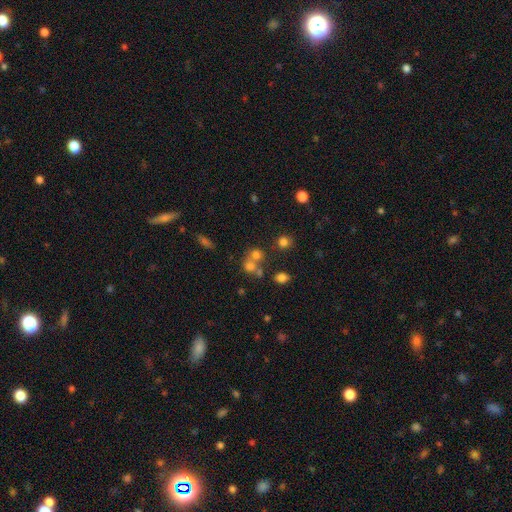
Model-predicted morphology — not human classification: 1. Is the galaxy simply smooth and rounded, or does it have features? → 66% smooth, 19% star or artifact, 15% featured or disk.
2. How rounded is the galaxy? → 76% round, 23% in between, 1% cigar-shaped.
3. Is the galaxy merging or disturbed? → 46% merger, 41% none, 8% minor disturbance, 5% major disturbance.